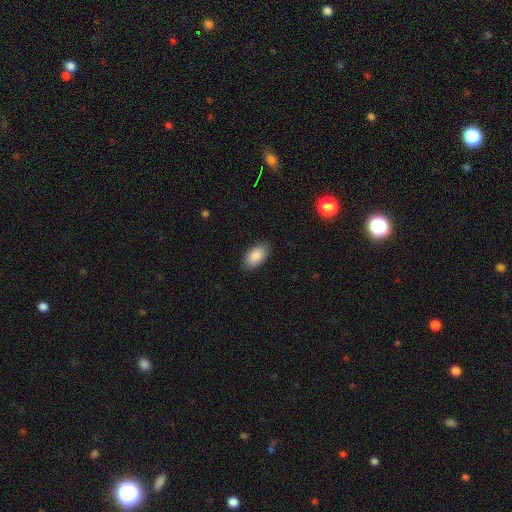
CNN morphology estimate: A smooth galaxy with no disk features (88%) that is in between round and cigar-shaped (94%). Merging: none (87%).